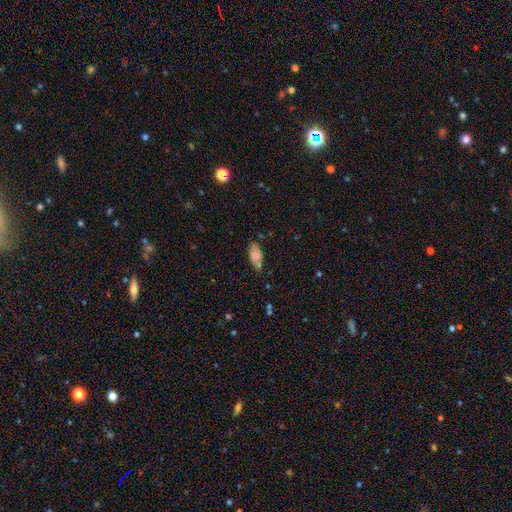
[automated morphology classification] Q: Smooth or featured?
A: smooth (69%); runner-up: featured or disk (23%)
Q: How rounded?
A: in between (88%); runner-up: cigar-shaped (9%)
Q: Merging?
A: none (71%); runner-up: minor disturbance (23%)